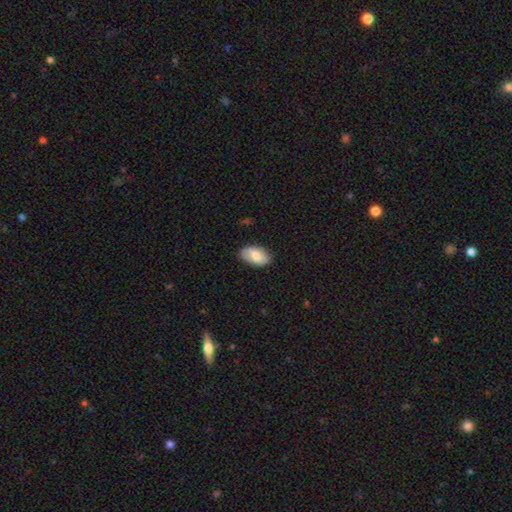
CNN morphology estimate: smooth 72%, featured or disk 22%, star or artifact 6%. Down the decision tree: how rounded — in between (93%); merging — none (83%).